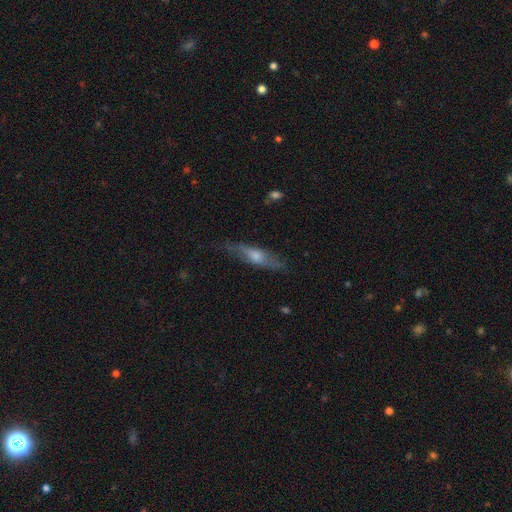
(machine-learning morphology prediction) Smooth or featured?
  - featured or disk: 57% *
  - smooth: 35%
  - star or artifact: 8%
Edge-on disk?
  - yes: 83% *
  - no: 17%
Merging?
  - none: 74% *
  - minor disturbance: 19%
  - major disturbance: 6%
  - merger: 2%